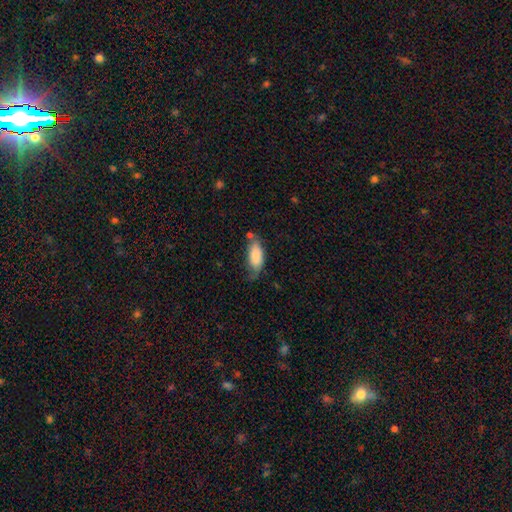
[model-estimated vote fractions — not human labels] The model was most divided on "merging": none: 47%, minor disturbance: 34%, major disturbance: 11%, merger: 7%. More confident: how rounded — in between (87%); smooth or featured — smooth (80%).